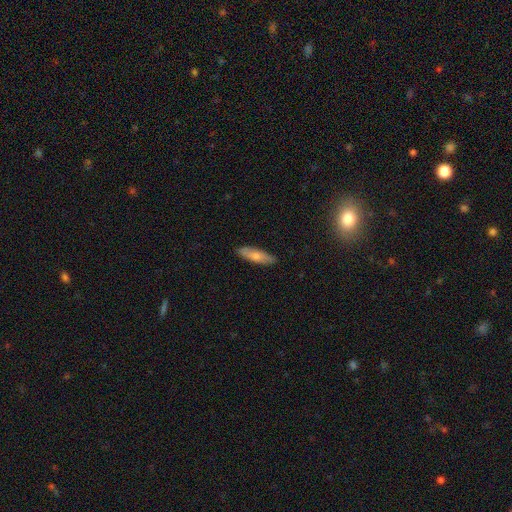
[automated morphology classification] This is likely a smooth galaxy (71%). How rounded: possibly cigar-shaped (55%). Merging: clearly none (87%).